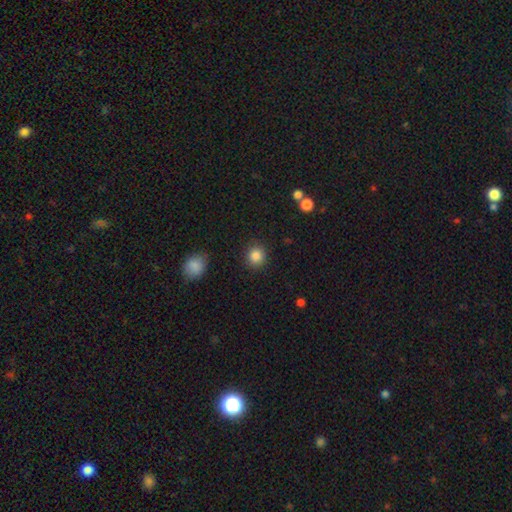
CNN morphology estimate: smooth-or-featured: smooth: 86% | star or artifact: 10% | featured or disk: 4%
  how-rounded: round: 88% | in between: 11% | cigar-shaped: 1%
  merging: none: 89% | minor disturbance: 7% | major disturbance: 2% | merger: 2%